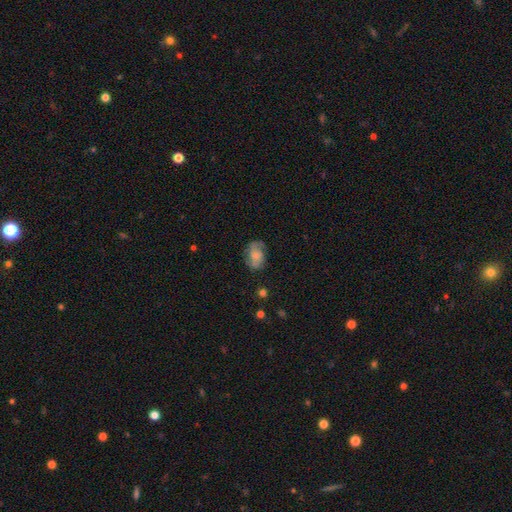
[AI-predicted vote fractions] smooth 51%, featured or disk 41%, star or artifact 8%. Down the decision tree: how rounded — in between (80%); merging — none (62%).